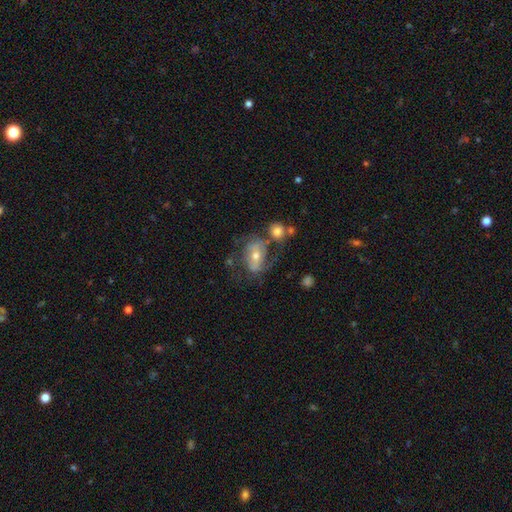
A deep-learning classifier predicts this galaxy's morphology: smooth-or-featured: featured or disk: 67% | smooth: 25% | star or artifact: 8%
  disk-edge-on: no: 95% | yes: 5%
    bar: weak: 35% | no: 33% | strong: 31%
    has-spiral-arms: yes: 77% | no: 23%
    bulge-size: moderate: 61% | small: 33% | large: 4% | none: 1% | dominant: 1%
  merging: none: 44% | major disturbance: 19% | minor disturbance: 19% | merger: 18%